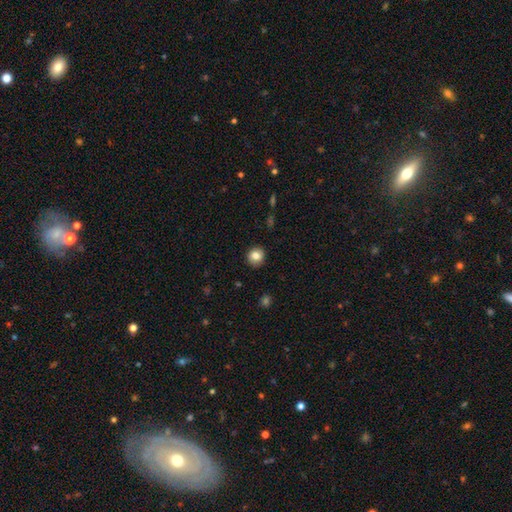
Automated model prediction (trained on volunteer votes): Smooth or featured?
  - smooth: 82% *
  - star or artifact: 10%
  - featured or disk: 8%
How rounded?
  - round: 91% *
  - in between: 8%
  - cigar-shaped: 1%
Merging?
  - none: 91% *
  - minor disturbance: 6%
  - major disturbance: 2%
  - merger: 1%